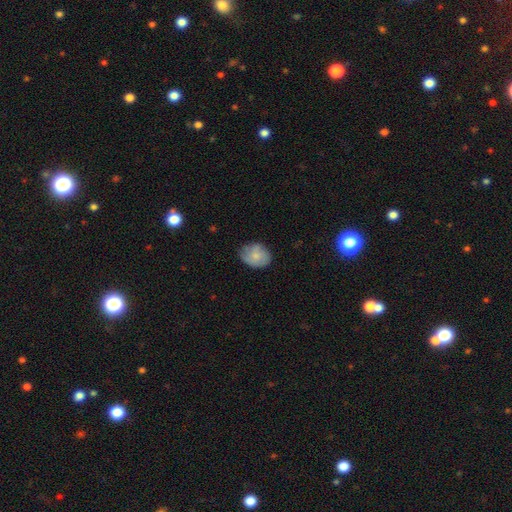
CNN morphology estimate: smooth 74%, featured or disk 20%, star or artifact 6%. Down the decision tree: how rounded — in between (54%); merging — none (68%).